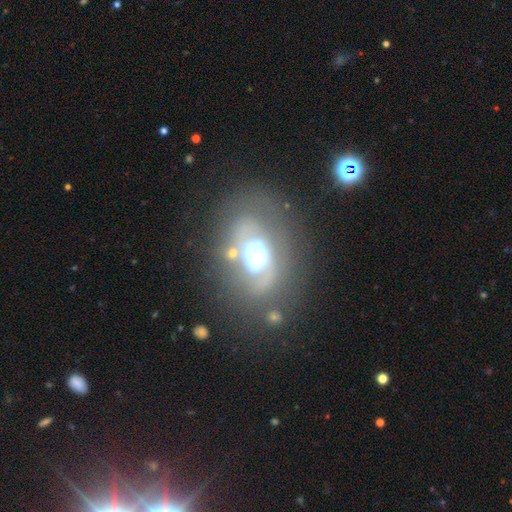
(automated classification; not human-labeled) A featured or disk galaxy (64%) with no bar (64%), spiral arms (53%) and a large central bulge (48%). Merging: none (53%).